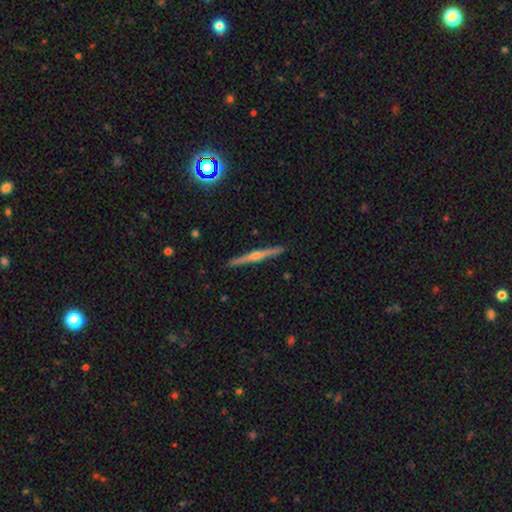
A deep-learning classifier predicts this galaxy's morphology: This is likely a featured or disk galaxy (78%). It is clearly viewed edge-on (98%). Edge-on bulge: clearly rounded (87%). Merging: clearly none (93%).